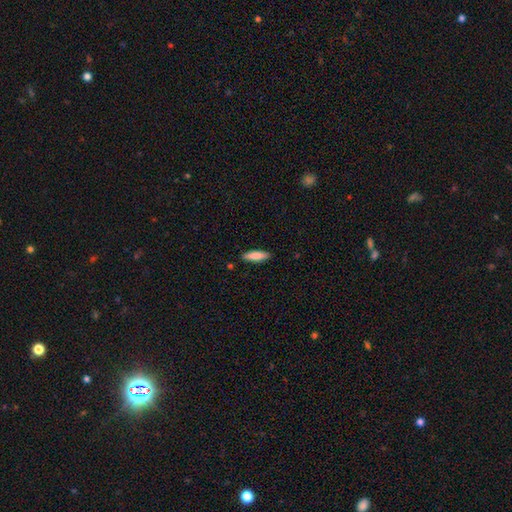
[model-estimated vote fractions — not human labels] smooth-or-featured: smooth: 81% | featured or disk: 13% | star or artifact: 6%
  how-rounded: cigar-shaped: 59% | in between: 40% | round: 2%
  merging: none: 89% | minor disturbance: 8% | major disturbance: 2% | merger: 1%